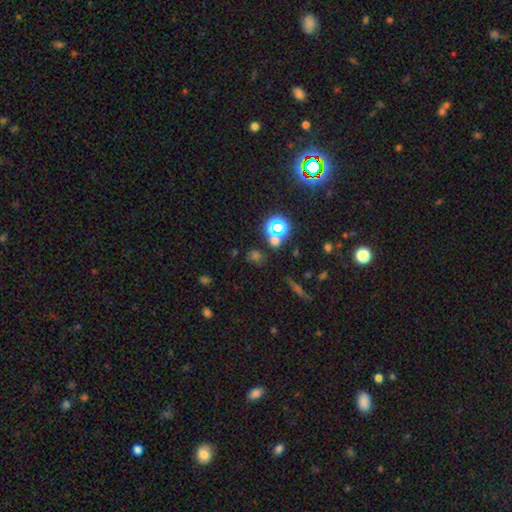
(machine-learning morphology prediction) smooth_or_featured: smooth (p=0.46) [alt: star or artifact p=0.44]
merging: none (p=0.71) [alt: merger p=0.14]